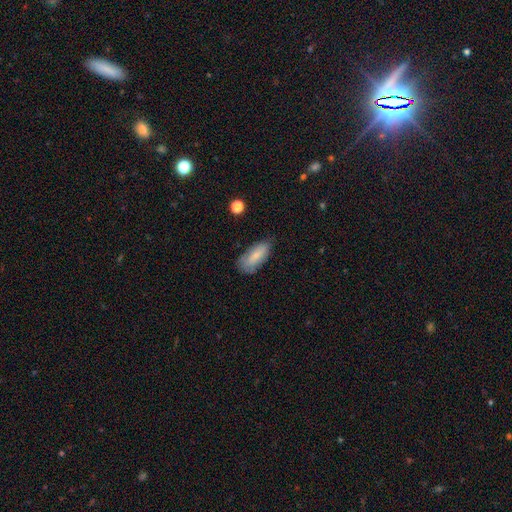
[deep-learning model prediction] smooth_or_featured: smooth (p=0.75) [alt: featured or disk p=0.19]
how_rounded: in between (p=0.85) [alt: cigar-shaped p=0.13]
merging: none (p=0.67) [alt: minor disturbance p=0.26]